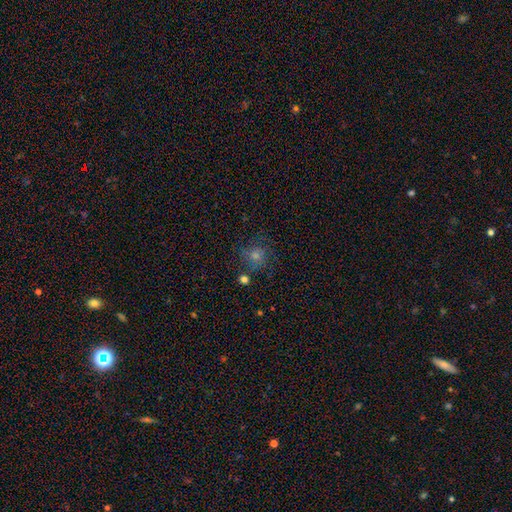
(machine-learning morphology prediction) smooth-or-featured: smooth: 43% | star or artifact: 29% | featured or disk: 28%
  merging: none: 73% | minor disturbance: 14% | major disturbance: 8% | merger: 6%